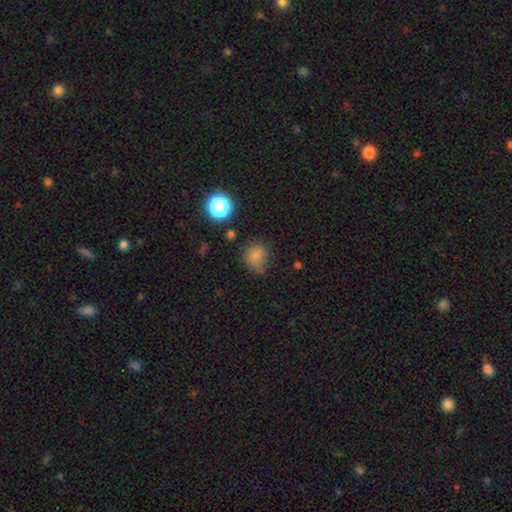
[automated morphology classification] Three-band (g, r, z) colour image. It shows a smooth galaxy with no disk features (76%) that is round (71%). Merging: none (60%).